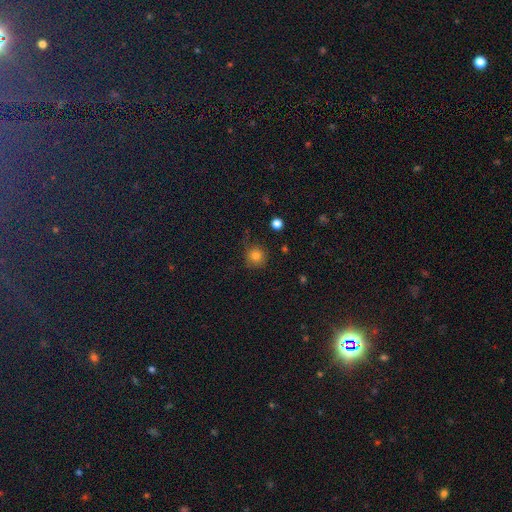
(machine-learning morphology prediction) smooth-or-featured: smooth: 80% | star or artifact: 13% | featured or disk: 6%
  how-rounded: round: 93% | in between: 6% | cigar-shaped: 1%
  merging: none: 80% | minor disturbance: 14% | major disturbance: 4% | merger: 2%